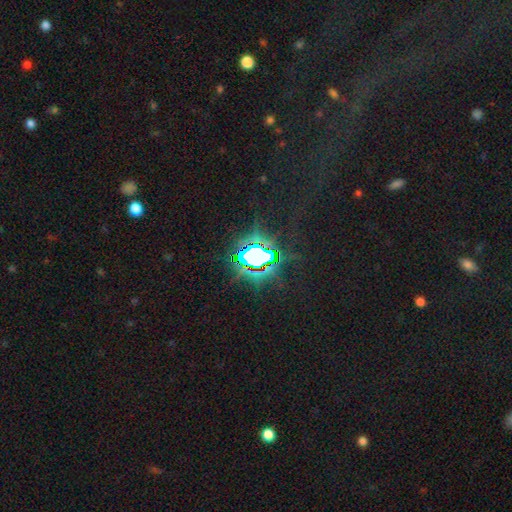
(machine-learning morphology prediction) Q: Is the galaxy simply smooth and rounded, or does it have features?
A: star or artifact — 76%.